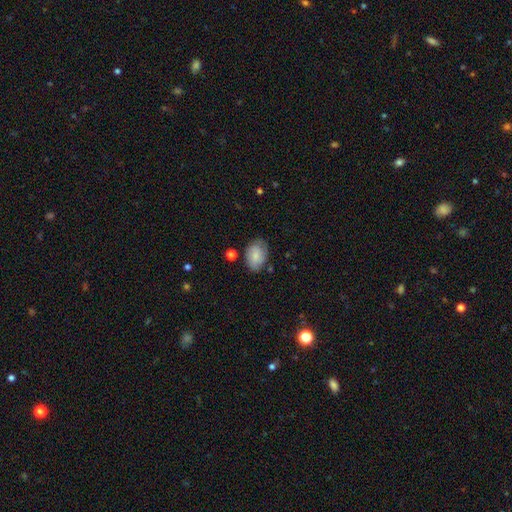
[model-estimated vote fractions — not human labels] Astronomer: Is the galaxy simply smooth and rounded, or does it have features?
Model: smooth — 77%.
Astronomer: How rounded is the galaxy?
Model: in between — 82%.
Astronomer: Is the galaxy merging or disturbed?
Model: none — 67%.